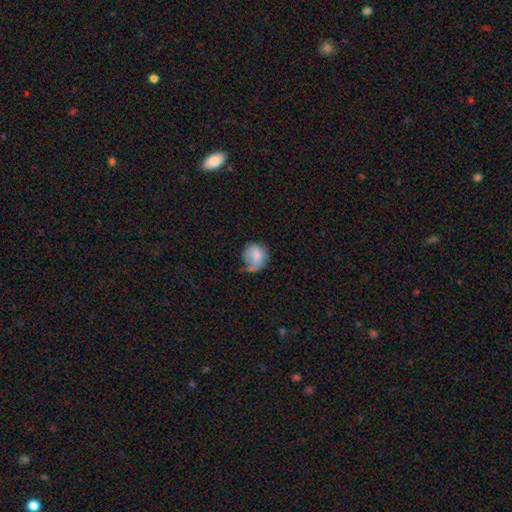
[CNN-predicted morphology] A smooth galaxy with no disk features (75%) that is round (72%).

Vote fractions:
- Smooth or featured? smooth: 75% / featured or disk: 18% / star or artifact: 7%
- How rounded? round: 72% / in between: 27% / cigar-shaped: 1%
- Merging? none: 38% / minor disturbance: 35% / major disturbance: 22% / merger: 4%